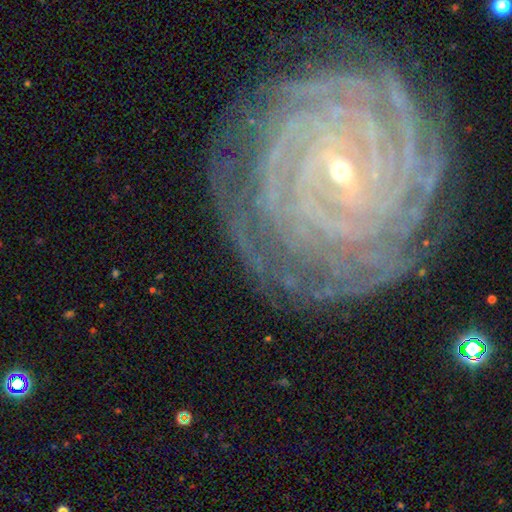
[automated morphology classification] smooth_or_featured: featured or disk (p=0.86) [alt: star or artifact p=0.09]
disk_edge_on: no (p=0.96) [alt: yes p=0.04]
bar: weak (p=0.34) [alt: no p=0.33]
has_spiral_arms: yes (p=0.95) [alt: no p=0.05]
spiral_winding: tight (p=0.85) [alt: medium p=0.12]
spiral_arm_count: can't tell (p=0.28) [alt: more than 4 p=0.21]
bulge_size: small (p=0.67) [alt: moderate p=0.29]
merging: none (p=0.76) [alt: minor disturbance p=0.14]